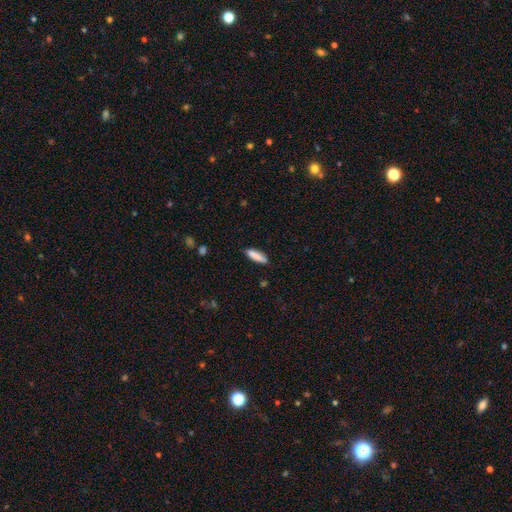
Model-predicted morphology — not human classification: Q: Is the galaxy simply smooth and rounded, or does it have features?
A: smooth — 86%.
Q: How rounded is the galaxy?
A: cigar-shaped — 67%.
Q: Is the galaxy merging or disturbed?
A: none — 85%.